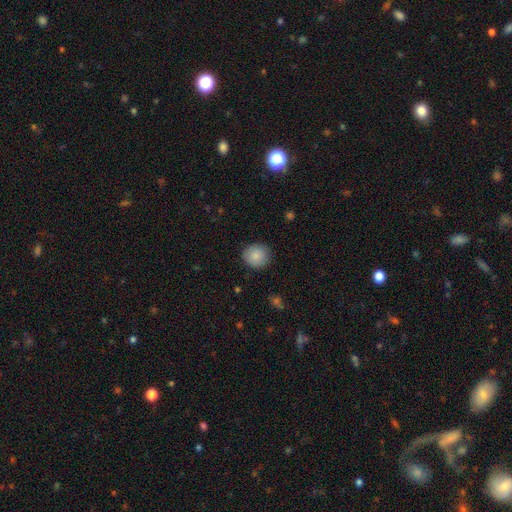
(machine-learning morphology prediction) Smooth or featured: smooth — 87% (star or artifact — 8%)
How rounded: round — 89% (in between — 10%)
Merging: none — 89% (minor disturbance — 8%)